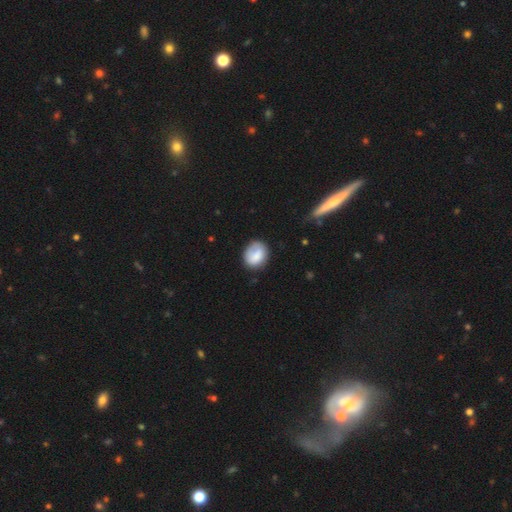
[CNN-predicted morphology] Smooth or featured?
  - smooth: 78% *
  - featured or disk: 15%
  - star or artifact: 7%
How rounded?
  - round: 52% *
  - in between: 47%
  - cigar-shaped: 1%
Merging?
  - none: 66% *
  - minor disturbance: 24%
  - major disturbance: 8%
  - merger: 2%